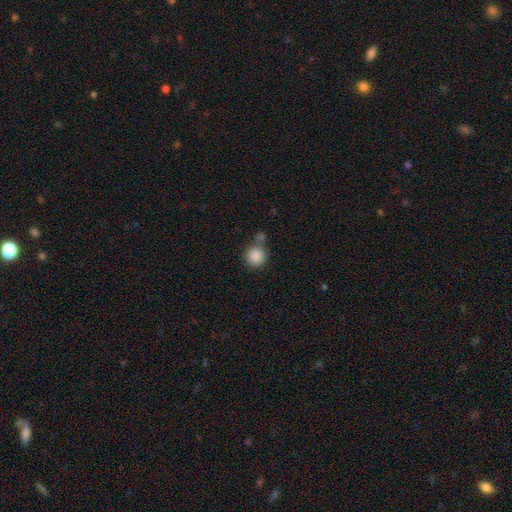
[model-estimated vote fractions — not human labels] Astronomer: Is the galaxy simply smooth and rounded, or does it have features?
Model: smooth — 87%.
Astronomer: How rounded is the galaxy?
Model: round — 90%.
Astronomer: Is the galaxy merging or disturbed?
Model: none — 61%.